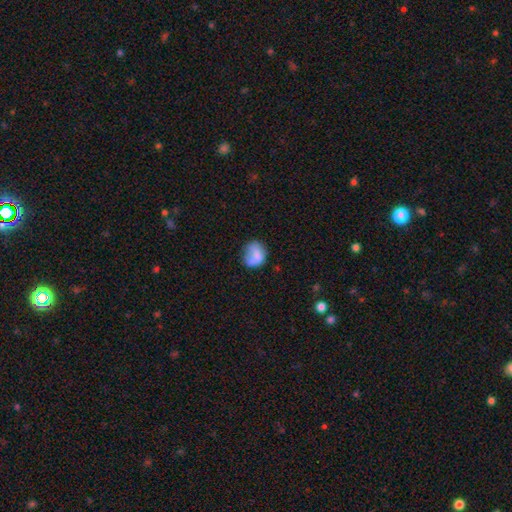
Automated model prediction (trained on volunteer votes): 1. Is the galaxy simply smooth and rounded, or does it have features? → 71% smooth, 20% featured or disk, 9% star or artifact.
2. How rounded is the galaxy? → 63% round, 36% in between, 1% cigar-shaped.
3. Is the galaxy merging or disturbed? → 47% none, 28% minor disturbance, 17% major disturbance, 8% merger.